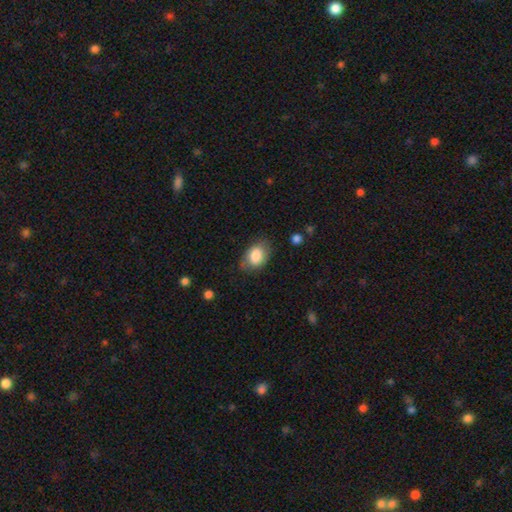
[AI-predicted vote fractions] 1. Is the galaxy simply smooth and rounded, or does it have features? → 79% smooth, 15% featured or disk, 7% star or artifact.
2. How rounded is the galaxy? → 85% in between, 14% round, 1% cigar-shaped.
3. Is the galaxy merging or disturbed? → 69% none, 23% minor disturbance, 6% major disturbance, 2% merger.